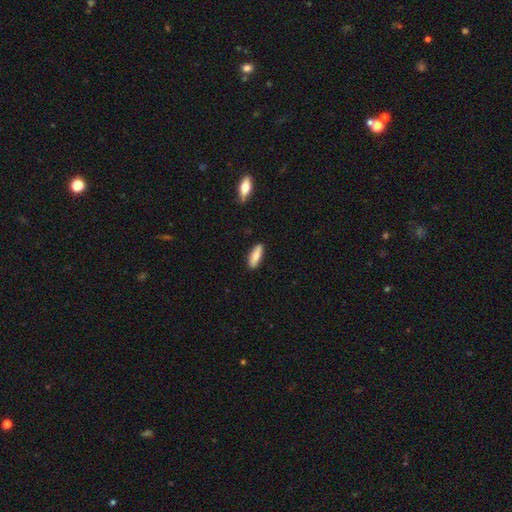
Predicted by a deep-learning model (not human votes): Smooth or featured? smooth (81%)
How rounded? in between (57%)
Merging? none (87%)